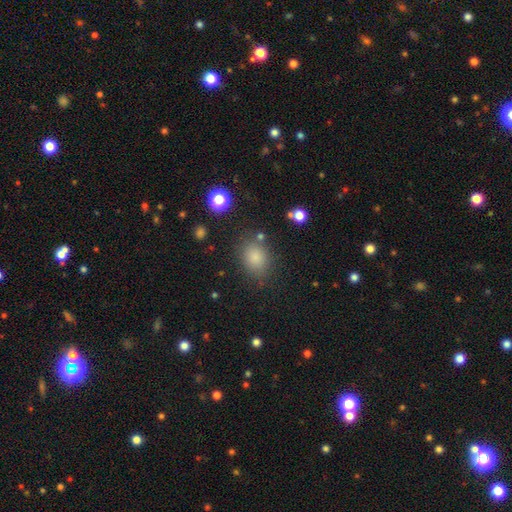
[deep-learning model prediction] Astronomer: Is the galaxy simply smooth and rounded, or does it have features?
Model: smooth — 77%.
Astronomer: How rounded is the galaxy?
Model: round — 51% (runner-up: in between, 48%).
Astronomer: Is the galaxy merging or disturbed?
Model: none — 82%.